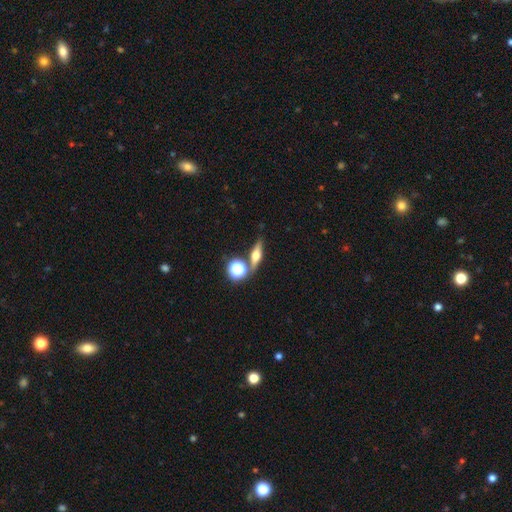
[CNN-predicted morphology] A featured or disk galaxy (48%). Merging: none (74%).